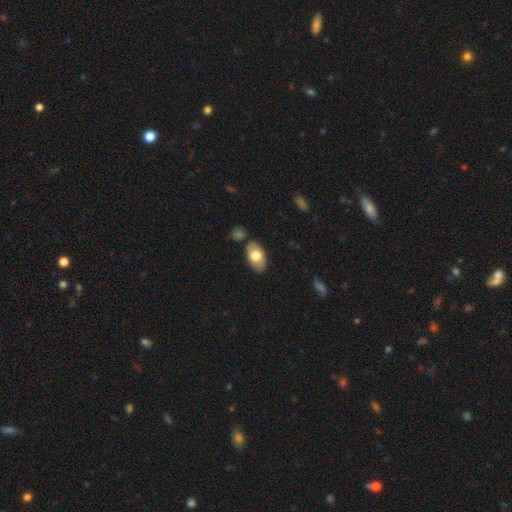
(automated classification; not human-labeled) A smooth galaxy with no disk features (72%) that is in between round and cigar-shaped (93%).

Vote fractions:
- Smooth or featured? smooth: 72% / featured or disk: 22% / star or artifact: 6%
- How rounded? in between: 93% / round: 5% / cigar-shaped: 2%
- Merging? none: 81% / minor disturbance: 12% / merger: 5% / major disturbance: 2%